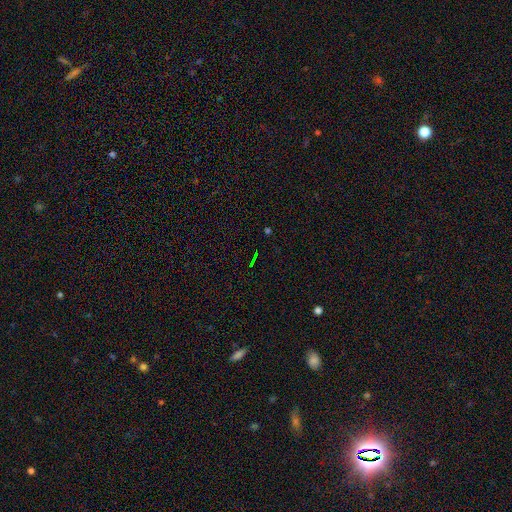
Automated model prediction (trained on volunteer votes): Smooth or featured? star or artifact (71%)